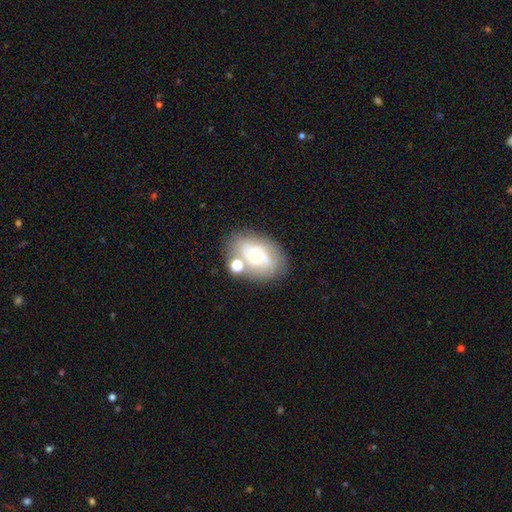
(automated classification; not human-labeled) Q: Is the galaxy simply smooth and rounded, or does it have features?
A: featured or disk — 59%.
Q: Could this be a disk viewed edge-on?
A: no — 95%.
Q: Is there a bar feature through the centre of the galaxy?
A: no — 75%.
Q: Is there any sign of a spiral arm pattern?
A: yes — 65%.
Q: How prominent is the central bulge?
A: small — 59%.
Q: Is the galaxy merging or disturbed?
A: none — 60%.